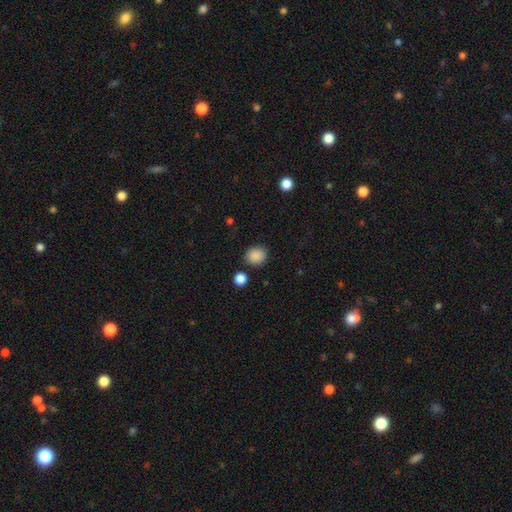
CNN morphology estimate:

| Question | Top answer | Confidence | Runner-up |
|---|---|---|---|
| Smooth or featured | smooth | 87% | star or artifact (10%) |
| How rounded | round | 80% | in between (19%) |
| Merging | none | 85% | minor disturbance (9%) |